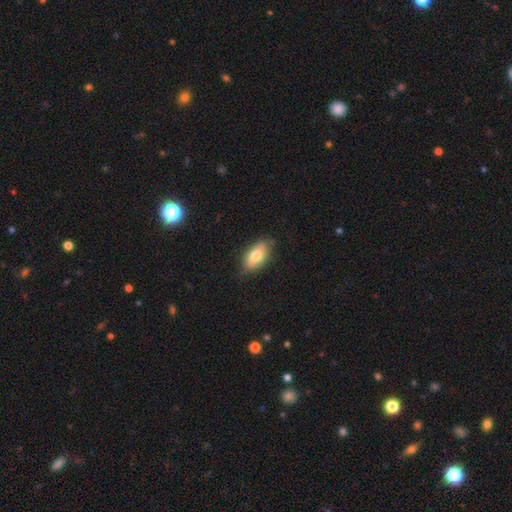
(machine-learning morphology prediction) This is likely a smooth galaxy (76%). How rounded: clearly in between (91%). Merging: likely none (77%).